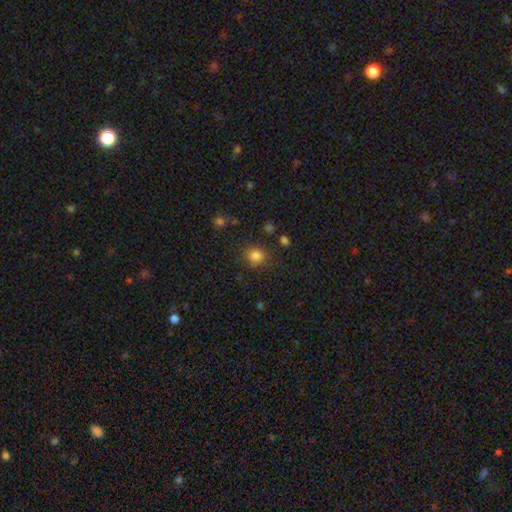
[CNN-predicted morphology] Smooth or featured?
  - smooth: 83% *
  - star or artifact: 13%
  - featured or disk: 5%
How rounded?
  - round: 83% *
  - in between: 17%
  - cigar-shaped: 1%
Merging?
  - none: 81% *
  - minor disturbance: 11%
  - major disturbance: 4%
  - merger: 3%